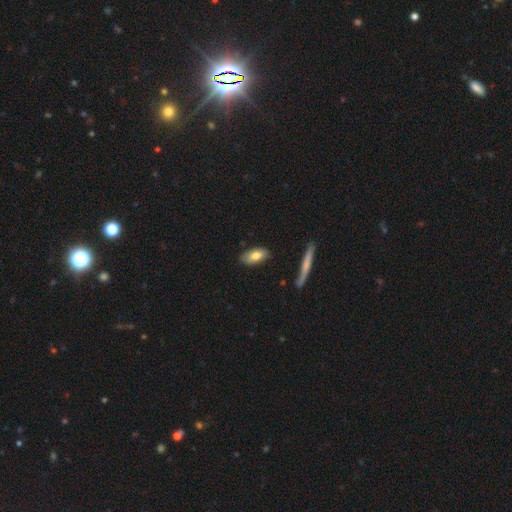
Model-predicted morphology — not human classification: type=smooth (75%); roundness=in between (85%); merging=none (79%).